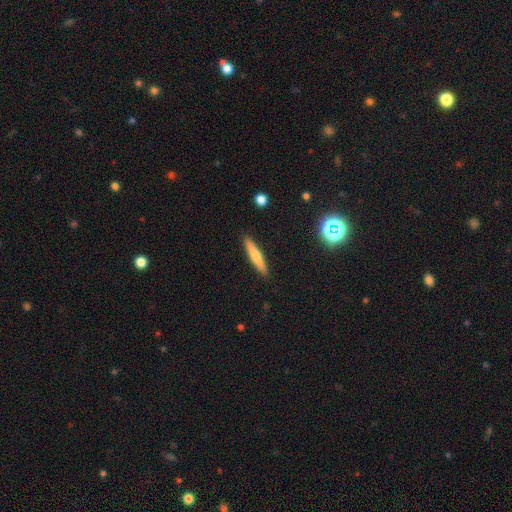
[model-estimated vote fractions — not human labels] Morphology: type=smooth (57%); roundness=cigar-shaped (88%); merging=none (90%).